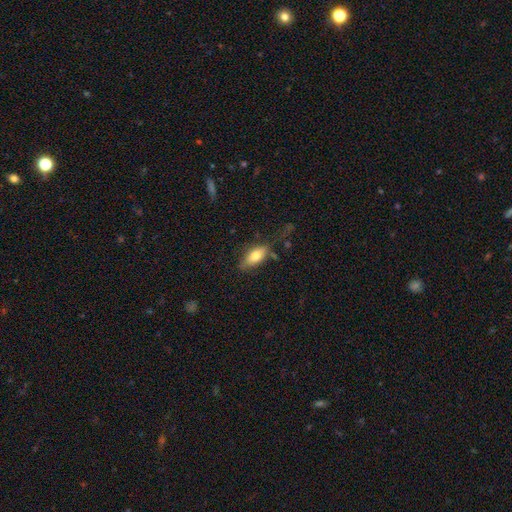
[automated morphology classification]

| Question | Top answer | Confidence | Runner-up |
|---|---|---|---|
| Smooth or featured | smooth | 73% | featured or disk (20%) |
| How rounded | in between | 85% | cigar-shaped (11%) |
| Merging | none | 64% | minor disturbance (23%) |